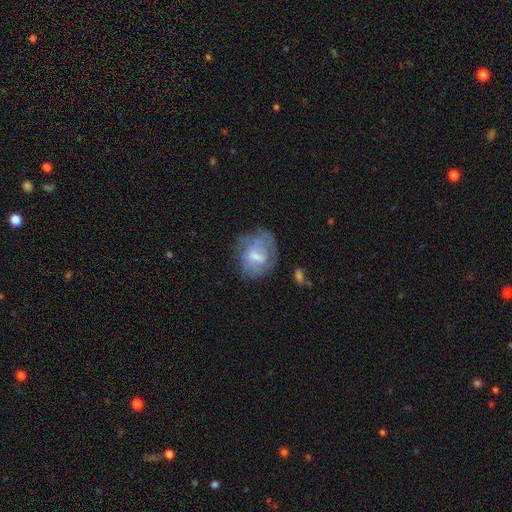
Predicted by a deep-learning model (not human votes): smooth_or_featured: featured or disk (p=0.54) [alt: smooth p=0.38]
disk_edge_on: no (p=0.97) [alt: yes p=0.03]
bar: weak (p=0.53) [alt: no p=0.32]
has_spiral_arms: yes (p=0.54) [alt: no p=0.46]
bulge_size: moderate (p=0.39) [tied with: small p=0.39]
merging: none (p=0.51) [alt: minor disturbance p=0.27]